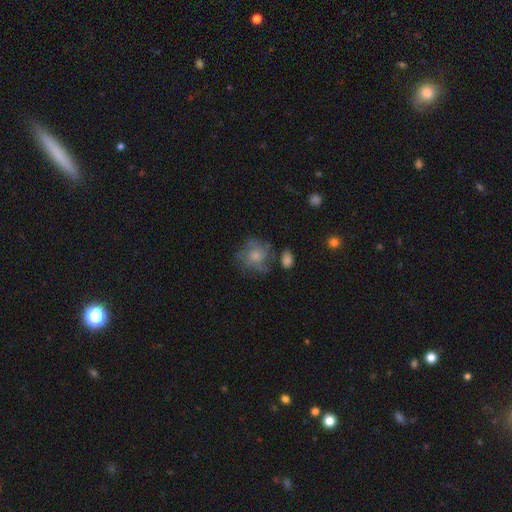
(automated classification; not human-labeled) Overall: smooth (46%; featured or disk 43%). Merging: none (55%; minor disturbance 22%).